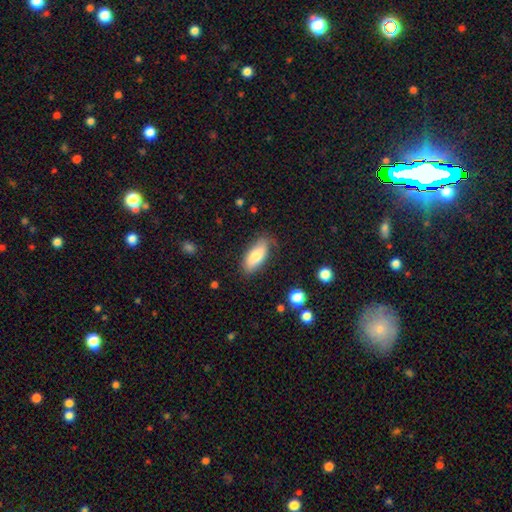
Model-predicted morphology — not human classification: smooth-or-featured: smooth: 77% | featured or disk: 16% | star or artifact: 6%
  how-rounded: in between: 80% | cigar-shaped: 18% | round: 2%
  merging: none: 77% | minor disturbance: 18% | major disturbance: 4% | merger: 2%